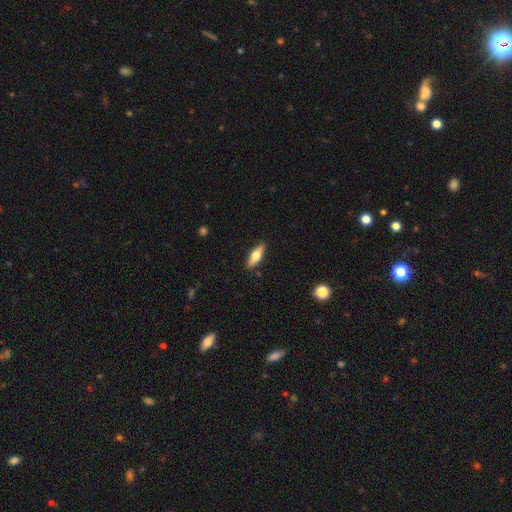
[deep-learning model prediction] A smooth galaxy with no disk features (62%) that is in between round and cigar-shaped (55%). Merging: none (89%).